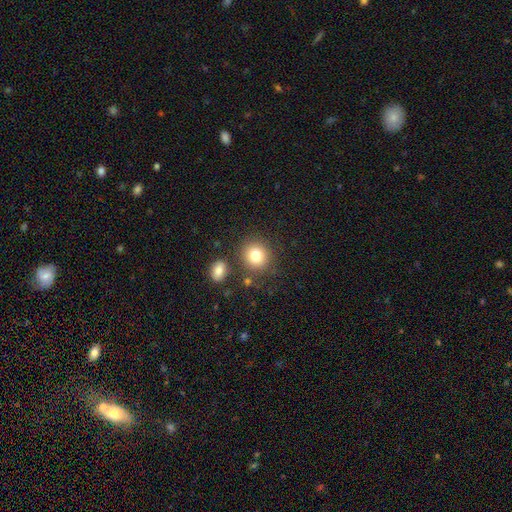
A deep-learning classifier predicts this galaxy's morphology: A smooth galaxy with no disk features (81%) that is round (85%).

Vote fractions:
- Smooth or featured? smooth: 81% / star or artifact: 11% / featured or disk: 9%
- How rounded? round: 85% / in between: 14% / cigar-shaped: 1%
- Merging? none: 80% / minor disturbance: 9% / merger: 7% / major disturbance: 4%